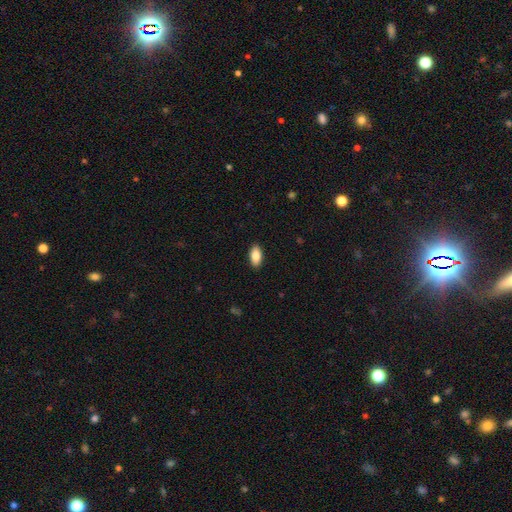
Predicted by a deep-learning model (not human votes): This is clearly a smooth galaxy (86%). How rounded: clearly in between (91%). Merging: clearly none (89%).